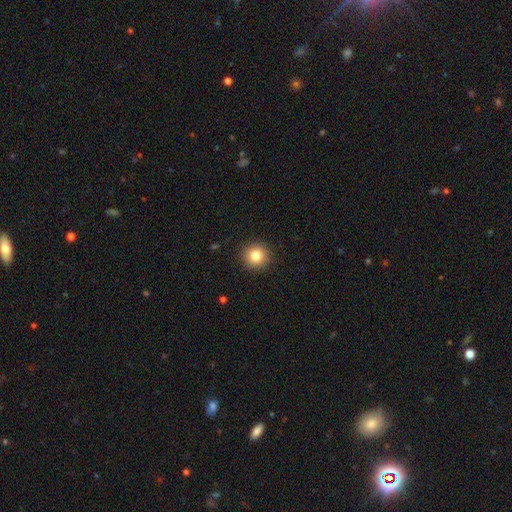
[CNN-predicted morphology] A smooth galaxy with no disk features (82%) that is round (95%). Merging: none (92%).